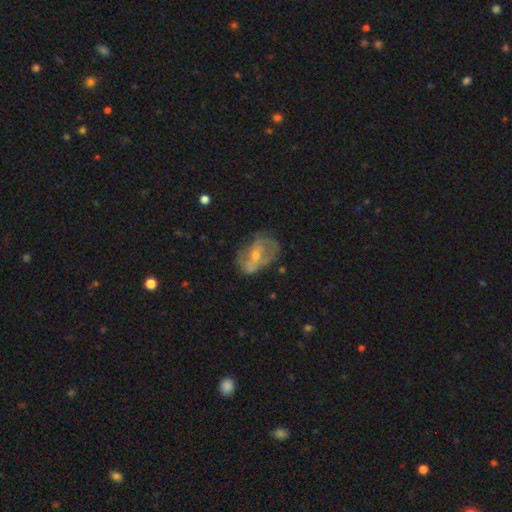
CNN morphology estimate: Q: Smooth or featured?
A: featured or disk (64%); runner-up: smooth (26%)
Q: Edge-on disk?
A: no (95%); runner-up: yes (5%)
Q: Bar?
A: no (45%); runner-up: weak (39%)
Q: Spiral arms?
A: yes (57%); runner-up: no (43%)
Q: Bulge size?
A: small (52%); runner-up: moderate (40%)
Q: Merging?
A: none (53%); runner-up: minor disturbance (25%)